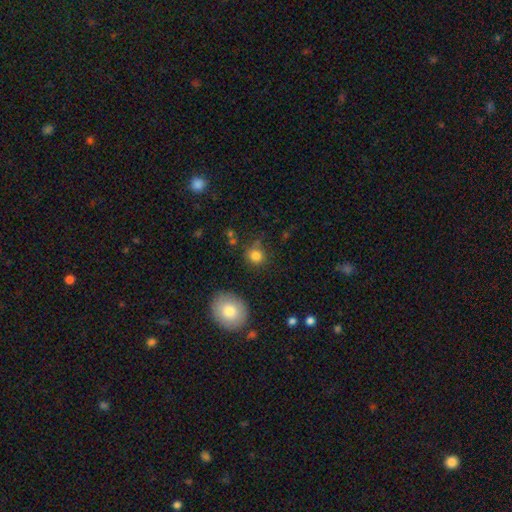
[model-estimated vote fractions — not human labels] A smooth galaxy with no disk features (82%) that is round (84%).

Vote fractions:
- Smooth or featured? smooth: 82% / star or artifact: 12% / featured or disk: 6%
- How rounded? round: 84% / in between: 14% / cigar-shaped: 1%
- Merging? none: 76% / minor disturbance: 14% / merger: 5% / major disturbance: 5%